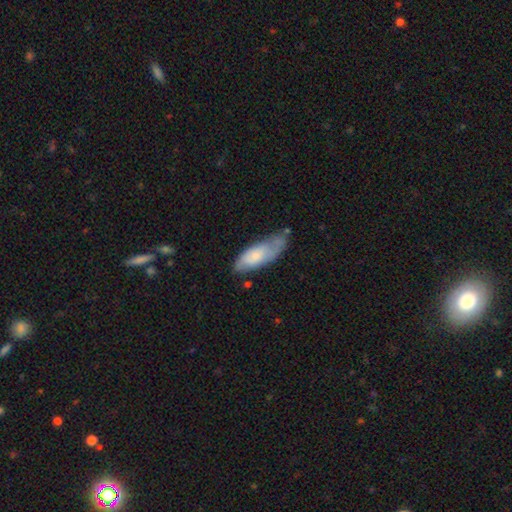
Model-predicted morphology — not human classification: smooth-or-featured: smooth: 57% | featured or disk: 37% | star or artifact: 6%
  how-rounded: in between: 70% | cigar-shaped: 28% | round: 2%
  merging: none: 49% | minor disturbance: 34% | major disturbance: 12% | merger: 5%